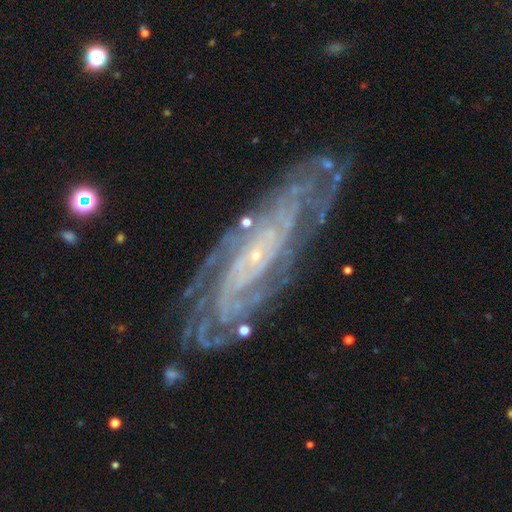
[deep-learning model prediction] A featured or disk galaxy (88%) with no bar (58%), tight (72%) spiral arms (97%) and a small central bulge (84%).

Vote fractions:
- Smooth or featured? featured or disk: 88% / star or artifact: 6% / smooth: 6%
- Edge-on disk? no: 89% / yes: 11%
- Bar? no: 58% / weak: 28% / strong: 13%
- Spiral arms? yes: 97% / no: 3%
- Spiral winding? tight: 72% / medium: 24% / loose: 5%
- Spiral arm count? can't tell: 31% / 2: 20% / 4: 16% / 3: 15% / more than 4: 11% / 1: 7%
- Bulge size? small: 84% / moderate: 8% / none: 6% / large: 1% / dominant: 1%
- Merging? none: 76% / minor disturbance: 16% / major disturbance: 6% / merger: 2%